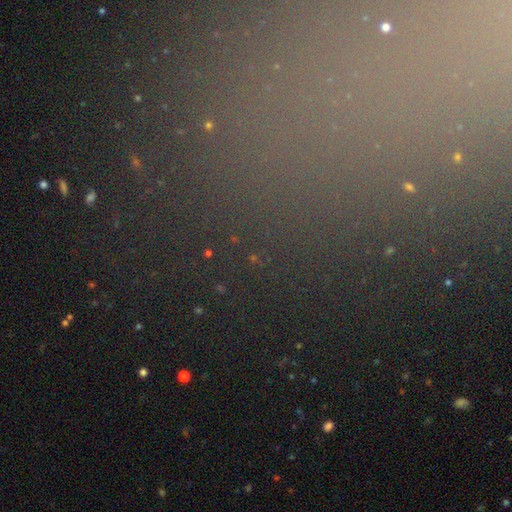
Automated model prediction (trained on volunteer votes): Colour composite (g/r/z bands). It shows a star or artifact, not a galaxy (76%).